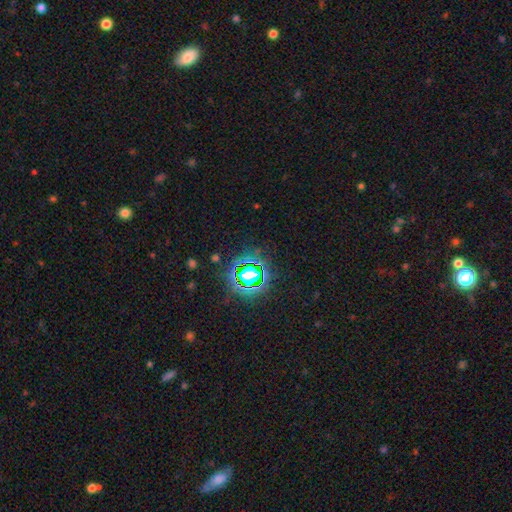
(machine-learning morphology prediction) This appears to be a star or artifact, not a galaxy (79%).